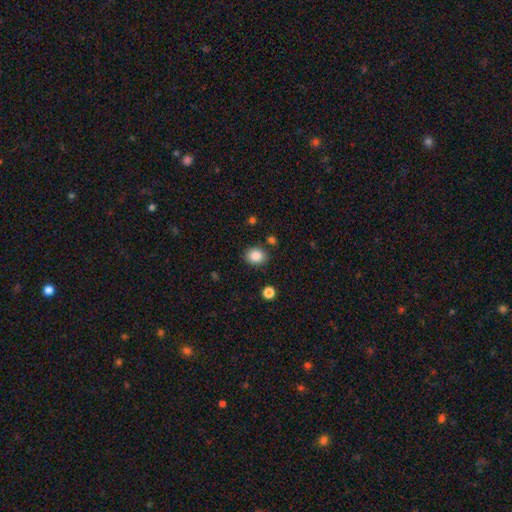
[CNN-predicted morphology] smooth-or-featured: smooth: 86% | star or artifact: 9% | featured or disk: 5%
  how-rounded: round: 57% | in between: 42% | cigar-shaped: 1%
  merging: none: 85% | minor disturbance: 9% | merger: 3% | major disturbance: 3%